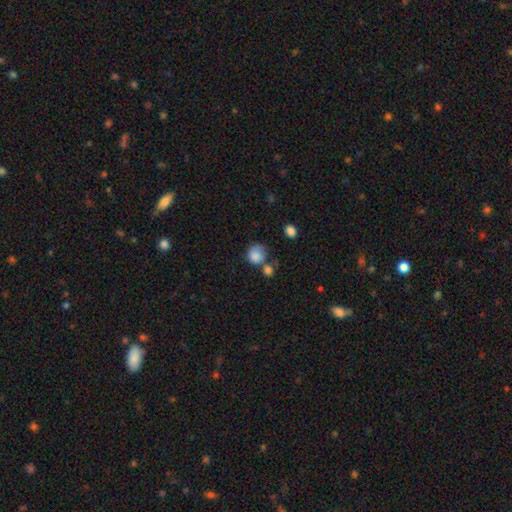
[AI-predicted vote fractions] Smooth or featured?
  - smooth: 84% *
  - star or artifact: 9%
  - featured or disk: 7%
How rounded?
  - round: 79% *
  - in between: 20%
  - cigar-shaped: 1%
Merging?
  - none: 43% *
  - merger: 25%
  - minor disturbance: 21%
  - major disturbance: 11%